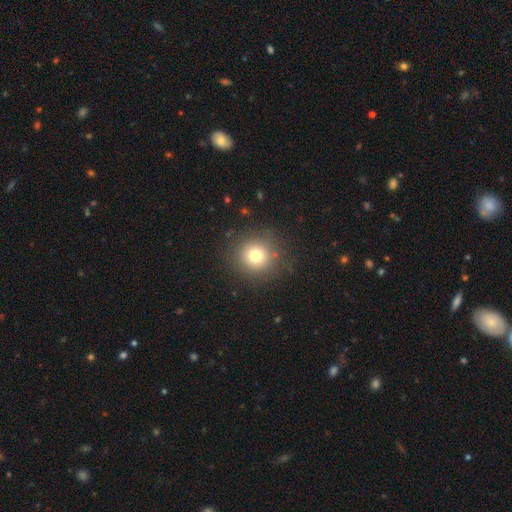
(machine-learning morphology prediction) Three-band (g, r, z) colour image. It shows a smooth galaxy with no disk features (75%) that is round (94%). Merging: none (87%).